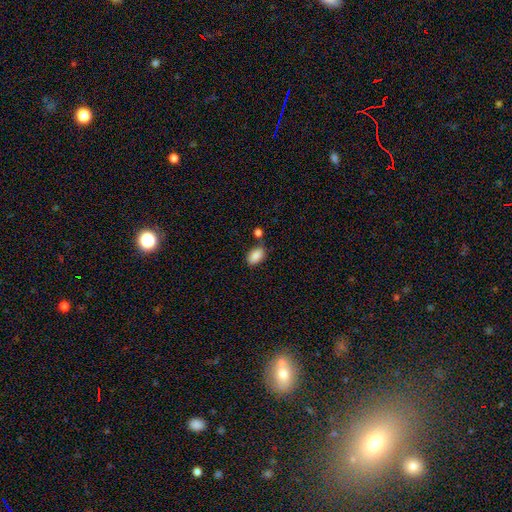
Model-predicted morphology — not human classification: A smooth galaxy with no disk features (87%) that is in between round and cigar-shaped (91%).

Vote fractions:
- Smooth or featured? smooth: 87% / star or artifact: 8% / featured or disk: 5%
- How rounded? in between: 91% / round: 8% / cigar-shaped: 2%
- Merging? none: 72% / minor disturbance: 14% / merger: 11% / major disturbance: 4%